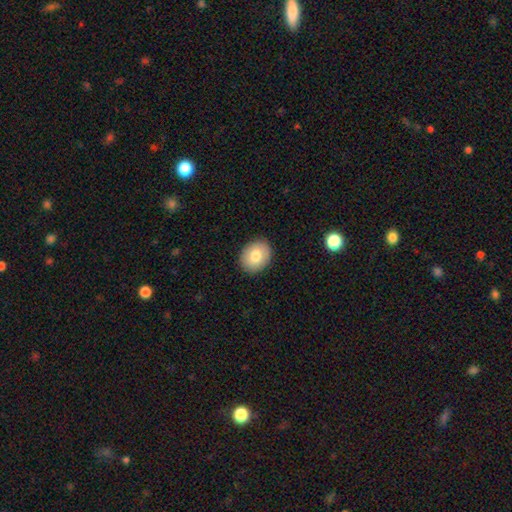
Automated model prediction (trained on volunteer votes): Smooth or featured? Predicted: smooth (p=0.80). How rounded? Predicted: round (p=0.57). Merging? Predicted: none (p=0.90).